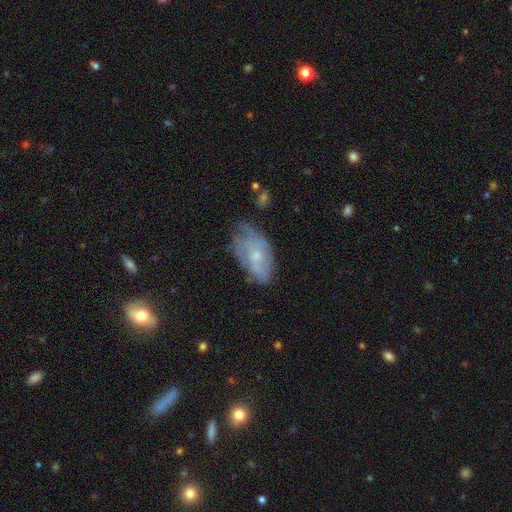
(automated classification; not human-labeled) A featured or disk galaxy (54%). Merging: none (57%).